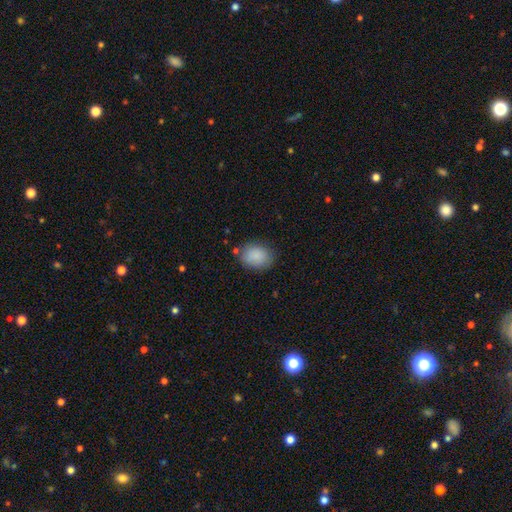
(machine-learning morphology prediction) The model was most divided on "how rounded": in between: 57%, round: 43%, cigar-shaped: 1%. More confident: smooth or featured — smooth (88%); merging — none (79%).